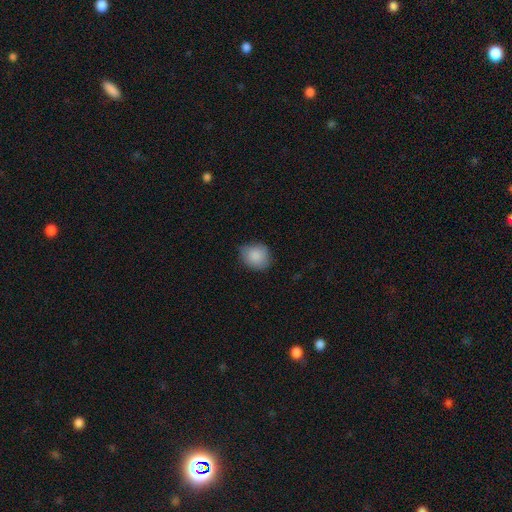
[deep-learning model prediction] The model was most divided on "how rounded": round: 69%, in between: 30%, cigar-shaped: 1%. More confident: smooth or featured — smooth (87%); merging — none (68%).